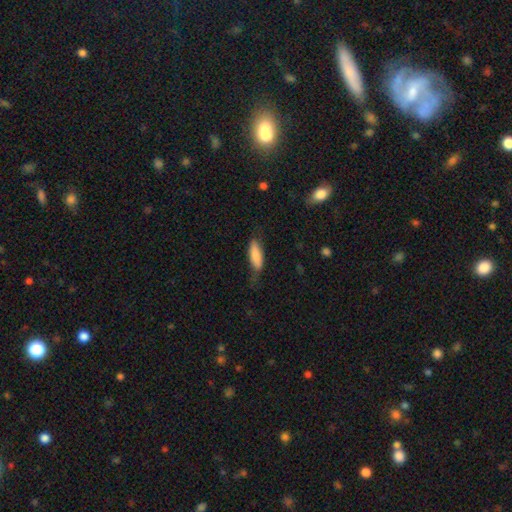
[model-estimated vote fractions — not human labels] A smooth galaxy with no disk features (82%) that is in between round and cigar-shaped (58%). Merging: none (60%).